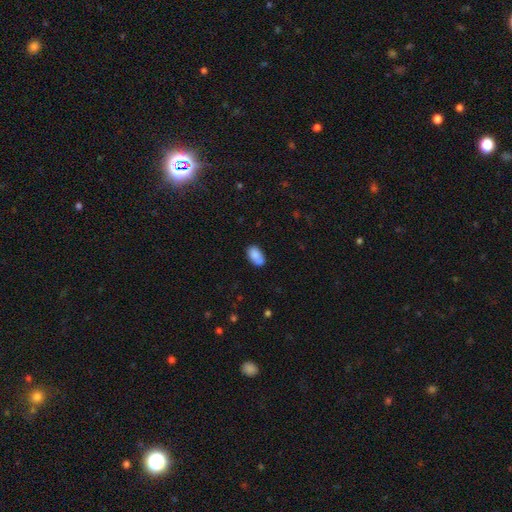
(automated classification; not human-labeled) A smooth galaxy with no disk features (83%) that is in between round and cigar-shaped (92%). Merging: none (63%).